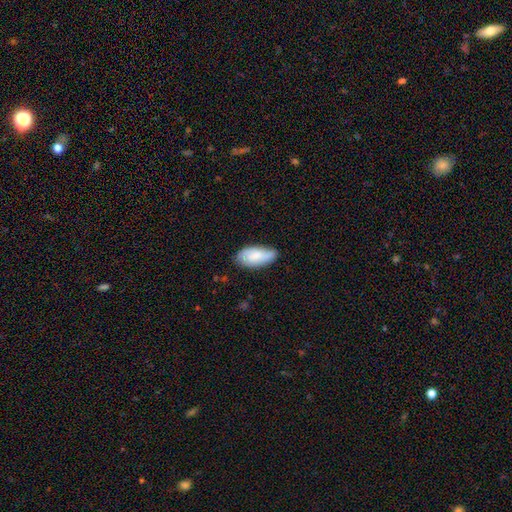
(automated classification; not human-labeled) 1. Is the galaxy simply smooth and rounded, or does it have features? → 74% smooth, 20% featured or disk, 6% star or artifact.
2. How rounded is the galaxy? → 92% in between, 6% cigar-shaped, 2% round.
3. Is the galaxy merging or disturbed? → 66% none, 28% minor disturbance, 5% major disturbance, 2% merger.